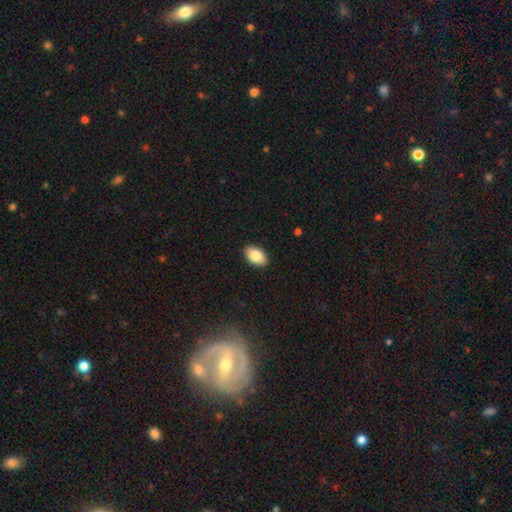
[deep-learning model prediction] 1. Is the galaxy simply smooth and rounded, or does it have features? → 85% smooth, 8% featured or disk, 7% star or artifact.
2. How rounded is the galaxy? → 92% in between, 7% round, 1% cigar-shaped.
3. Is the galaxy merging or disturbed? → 90% none, 7% minor disturbance, 2% major disturbance, 1% merger.